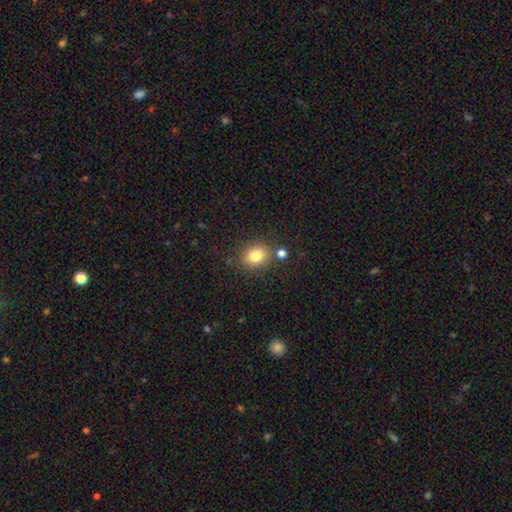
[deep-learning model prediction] Smooth or featured? Predicted: smooth (p=0.81). How rounded? Predicted: round (p=0.61). Merging? Predicted: none (p=0.78).